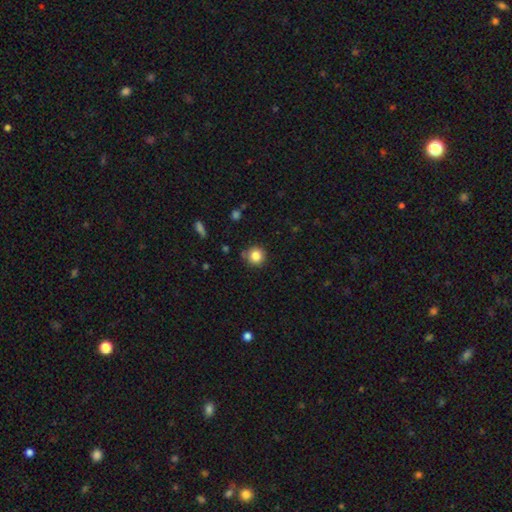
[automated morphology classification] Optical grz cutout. It shows a smooth galaxy with no disk features (83%) that is round (94%). Merging: none (85%).